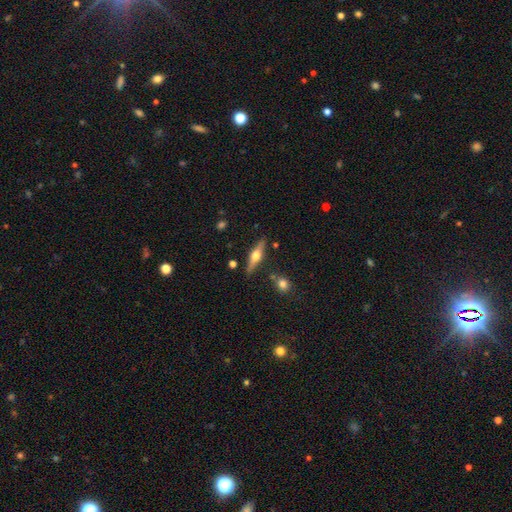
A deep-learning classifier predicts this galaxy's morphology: The model was most divided on "smooth or featured": featured or disk: 64%, smooth: 30%, star or artifact: 6%. More confident: edge-on disk — yes (96%); edge-on bulge — rounded (94%); merging — none (84%).